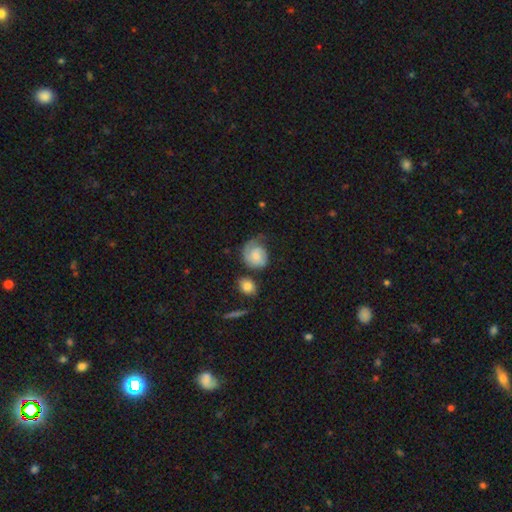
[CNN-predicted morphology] Smooth or featured?
  - featured or disk: 53% *
  - smooth: 40%
  - star or artifact: 7%
Edge-on disk?
  - no: 98% *
  - yes: 2%
Bar?
  - no: 67% *
  - weak: 29%
  - strong: 5%
Spiral arms?
  - yes: 88% *
  - no: 12%
Bulge size?
  - small: 39% *
  - moderate: 29%
  - none: 22%
  - large: 7%
  - dominant: 2%
Merging?
  - none: 45% *
  - minor disturbance: 25%
  - major disturbance: 23%
  - merger: 6%